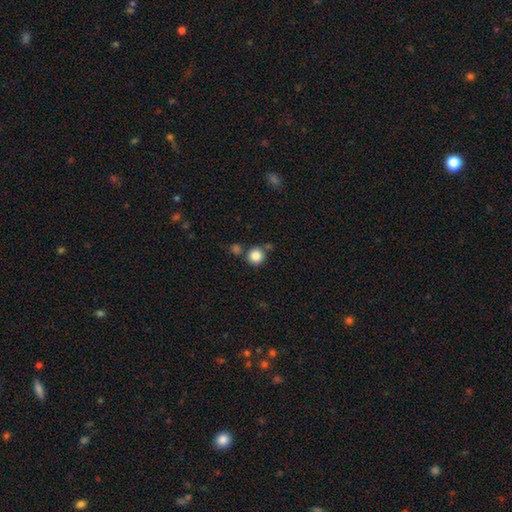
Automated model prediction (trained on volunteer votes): Overall: smooth (85%). How rounded: round (93%). Merging: none (73%).